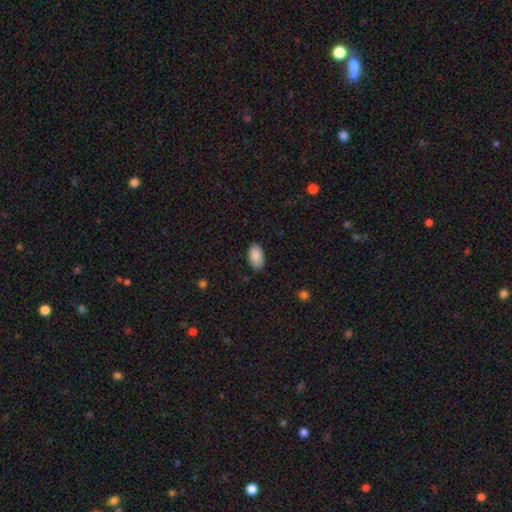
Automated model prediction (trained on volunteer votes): Smooth or featured: smooth — 90% (star or artifact — 7%)
How rounded: in between — 94% (round — 4%)
Merging: none — 85% (minor disturbance — 12%)